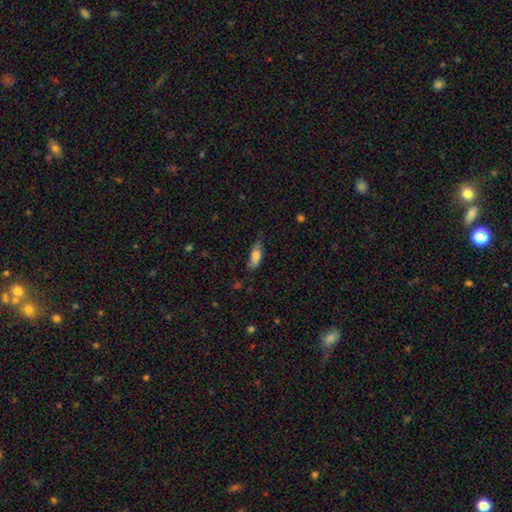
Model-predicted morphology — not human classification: Smooth or featured: smooth — 72% (featured or disk — 21%)
How rounded: in between — 74% (cigar-shaped — 23%)
Merging: none — 60% (minor disturbance — 31%)